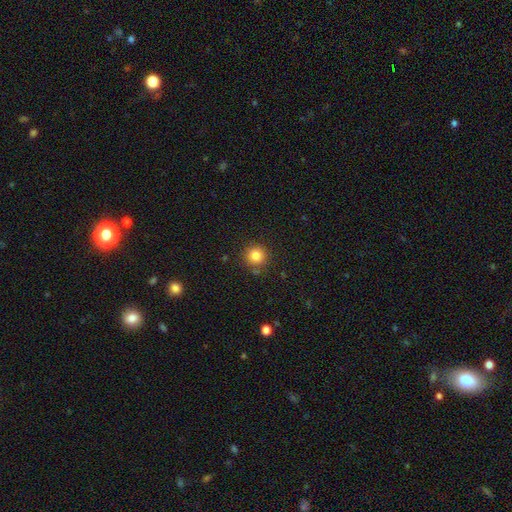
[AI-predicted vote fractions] Smooth or featured? smooth (83%)
How rounded? round (94%)
Merging? none (86%)